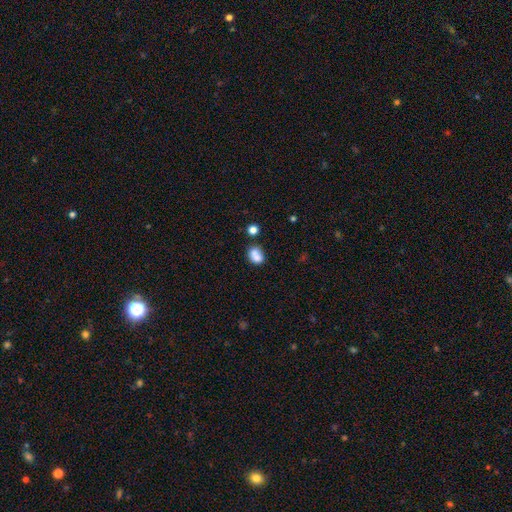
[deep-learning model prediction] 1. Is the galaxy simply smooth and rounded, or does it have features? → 79% smooth, 11% featured or disk, 10% star or artifact.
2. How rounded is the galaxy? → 60% in between, 39% round, 1% cigar-shaped.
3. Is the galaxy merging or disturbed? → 45% none, 32% merger, 16% minor disturbance, 7% major disturbance.